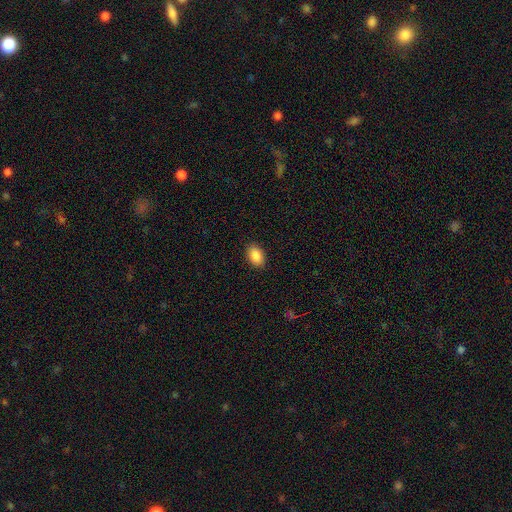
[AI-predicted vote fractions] The model was most divided on "how rounded": in between: 90%, round: 9%, cigar-shaped: 1%. More confident: smooth or featured — smooth (90%); merging — none (89%).